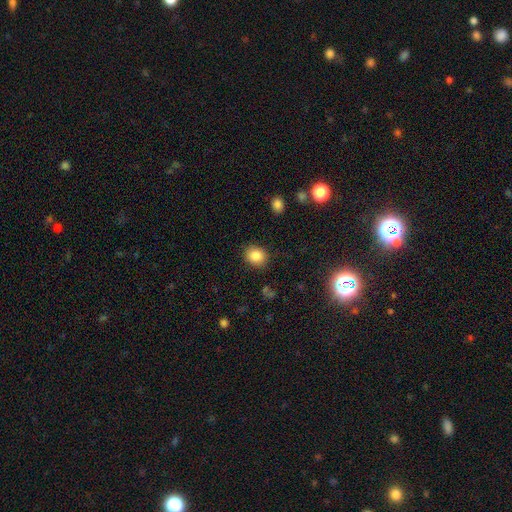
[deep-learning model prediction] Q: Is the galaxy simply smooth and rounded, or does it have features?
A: smooth — 85%.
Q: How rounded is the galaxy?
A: round — 63%.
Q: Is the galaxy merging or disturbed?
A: none — 85%.